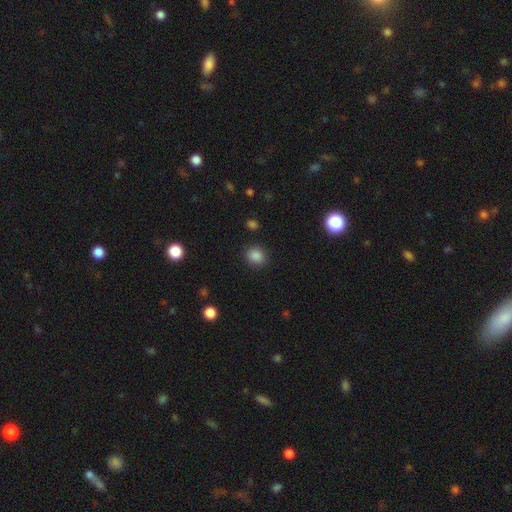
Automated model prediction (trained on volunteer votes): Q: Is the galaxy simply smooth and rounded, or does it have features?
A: smooth — 85%.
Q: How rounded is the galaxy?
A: round — 76%.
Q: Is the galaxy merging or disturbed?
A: none — 89%.